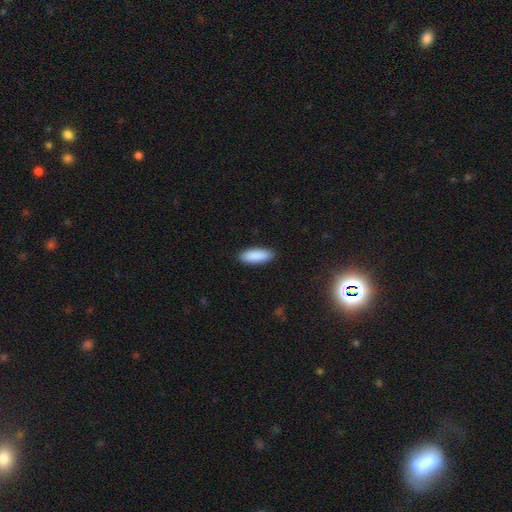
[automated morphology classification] smooth 90%, star or artifact 6%, featured or disk 4%. Down the decision tree: how rounded — in between (66%); merging — none (90%).